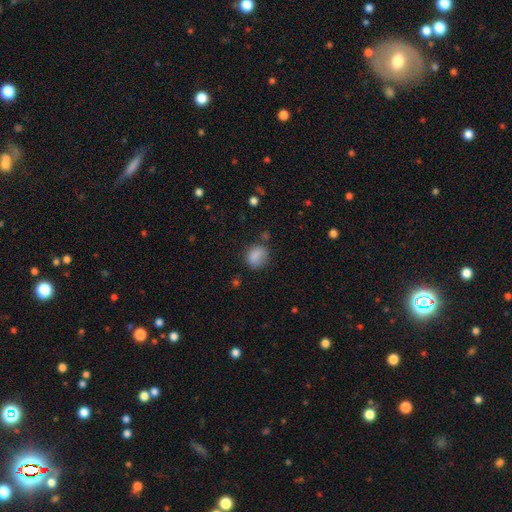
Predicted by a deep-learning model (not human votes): This is clearly a smooth galaxy (83%). How rounded: possibly round (52%). Merging: likely none (66%).